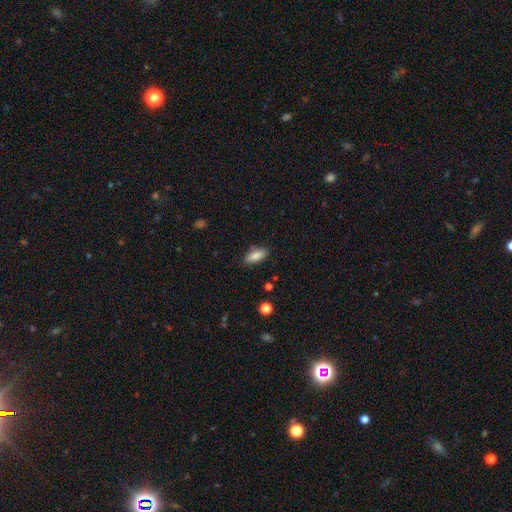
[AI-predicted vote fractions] Q: Smooth or featured?
A: smooth (84%); runner-up: featured or disk (8%)
Q: How rounded?
A: in between (81%); runner-up: cigar-shaped (17%)
Q: Merging?
A: none (83%); runner-up: minor disturbance (12%)